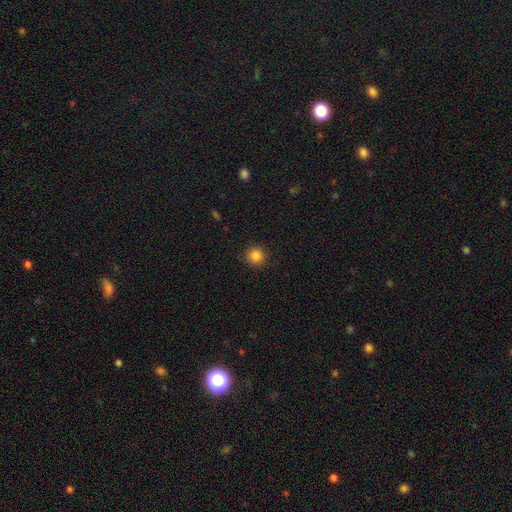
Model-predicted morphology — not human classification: Smooth or featured? Predicted: smooth (p=0.85). How rounded? Predicted: round (p=0.92). Merging? Predicted: none (p=0.91).